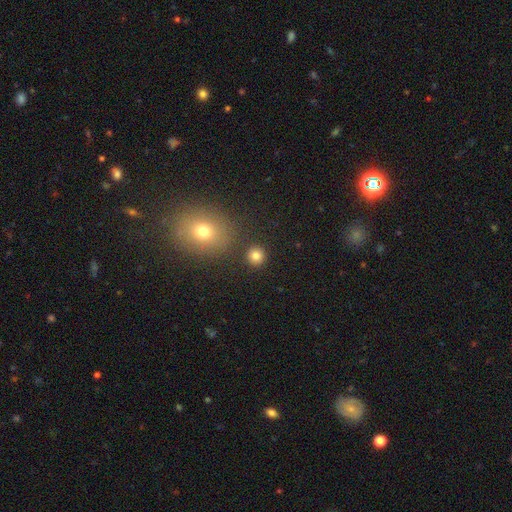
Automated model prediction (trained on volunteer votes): smooth 82%, star or artifact 13%, featured or disk 5%. Down the decision tree: how rounded — round (92%); merging — none (88%).